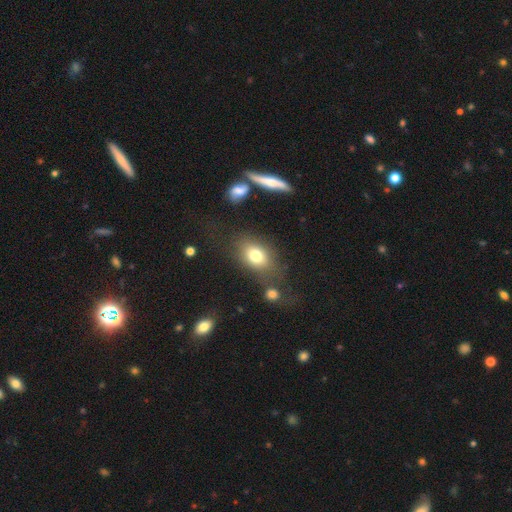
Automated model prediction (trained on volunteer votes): smooth_or_featured: smooth (p=0.77) [alt: featured or disk p=0.13]
how_rounded: in between (p=0.71) [alt: round p=0.27]
merging: none (p=0.67) [alt: minor disturbance p=0.16]